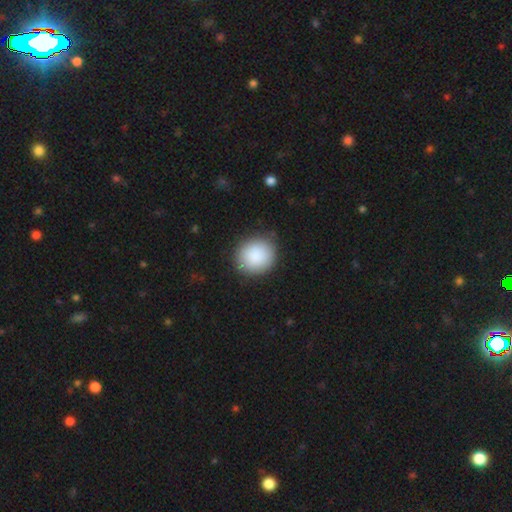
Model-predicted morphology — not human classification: type=smooth (88%); roundness=round (81%); merging=none (85%).